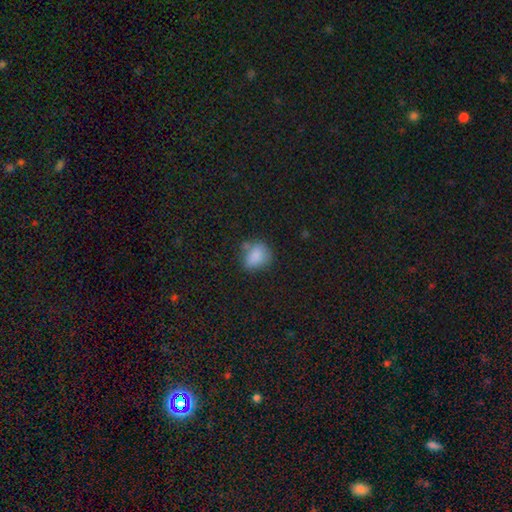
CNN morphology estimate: Smooth or featured: smooth — 81% (star or artifact — 10%)
How rounded: in between — 50% (round — 49%)
Merging: none — 53% (minor disturbance — 28%)